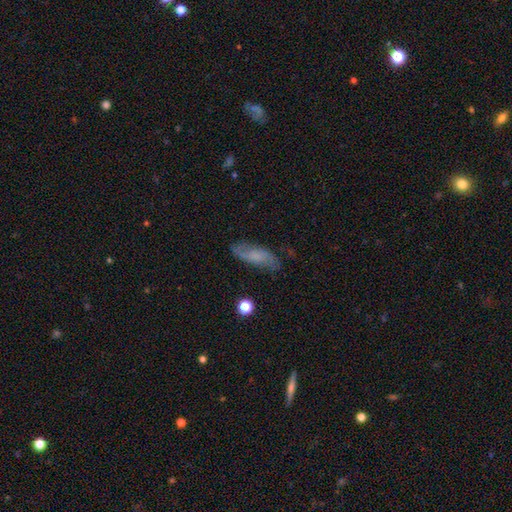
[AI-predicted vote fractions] smooth-or-featured: featured or disk: 47% | smooth: 43% | star or artifact: 10%
  merging: none: 74% | minor disturbance: 18% | major disturbance: 6% | merger: 2%